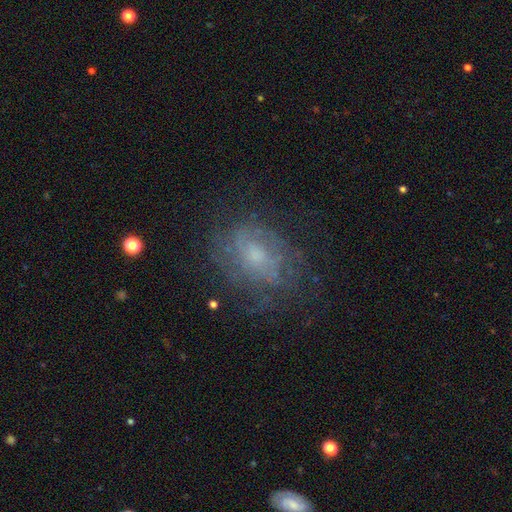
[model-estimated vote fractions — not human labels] Smooth or featured? Predicted: featured or disk (p=0.59). Edge-on disk? Predicted: no (p=0.96). Bar? Predicted: no (p=0.75). Spiral arms? Predicted: yes (p=0.64). Bulge size? Predicted: small (p=0.46). Merging? Predicted: none (p=0.66).